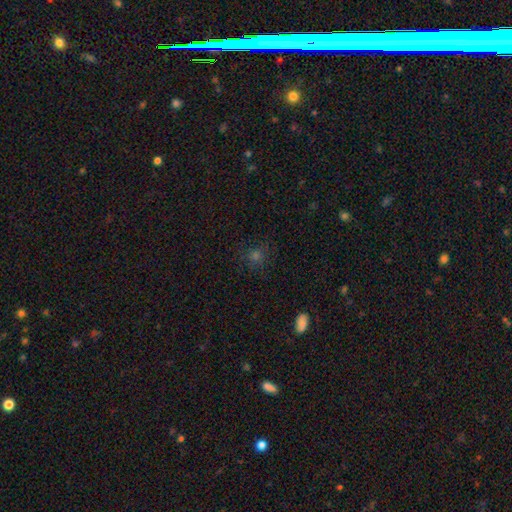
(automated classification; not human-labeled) Smooth or featured: smooth — 55% (star or artifact — 35%)
How rounded: round — 86% (in between — 13%)
Merging: none — 83% (minor disturbance — 11%)